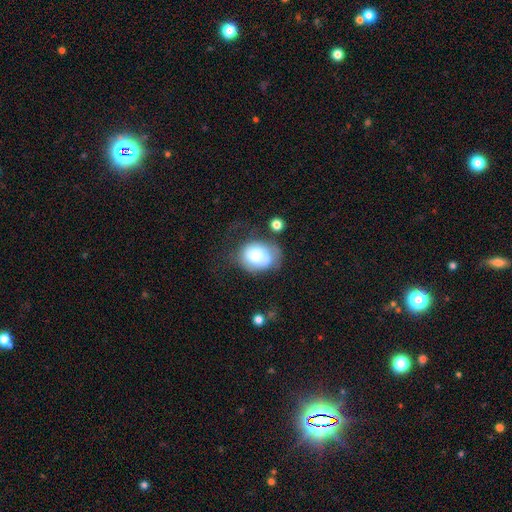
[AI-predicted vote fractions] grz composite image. It shows a smooth galaxy with no disk features (67%) that is in between round and cigar-shaped (53%). Merging: none (37%).